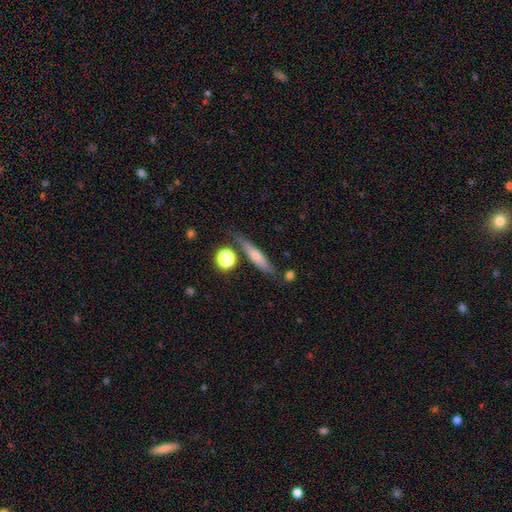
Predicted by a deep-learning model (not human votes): Q: Smooth or featured?
A: featured or disk (46%); runner-up: smooth (44%)
Q: Merging?
A: none (75%); runner-up: minor disturbance (15%)